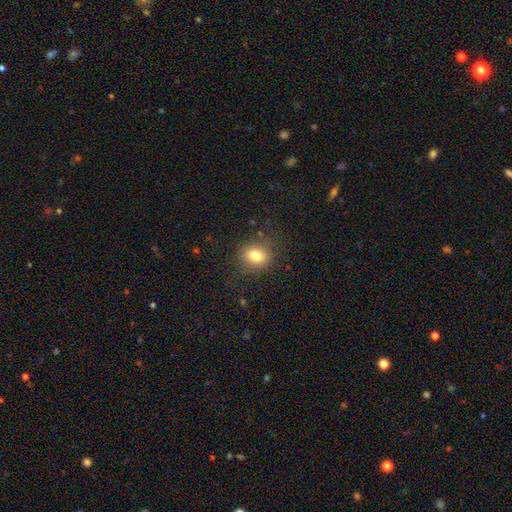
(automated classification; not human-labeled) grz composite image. It shows a smooth galaxy with no disk features (80%) that is round (57%). Merging: none (83%).